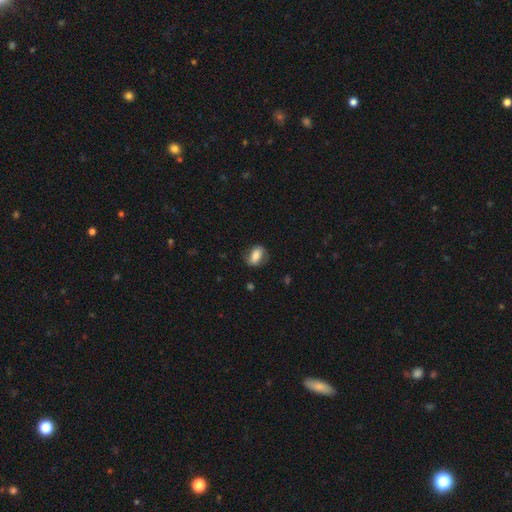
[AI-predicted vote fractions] Morphology: type=smooth (70%); roundness=in between (83%); merging=none (68%).